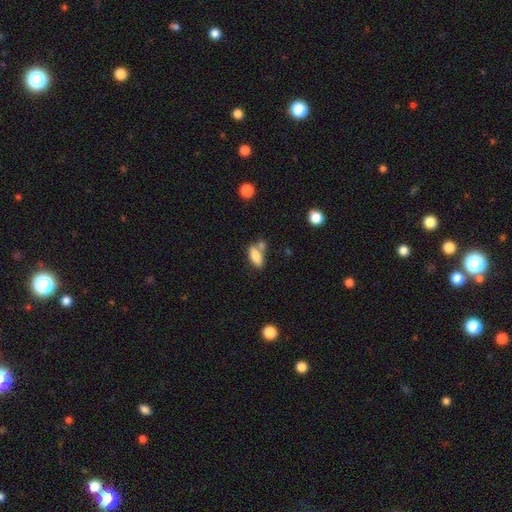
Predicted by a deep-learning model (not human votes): Smooth or featured: smooth — 79% (featured or disk — 13%)
How rounded: in between — 81% (cigar-shaped — 16%)
Merging: none — 51% (merger — 30%)